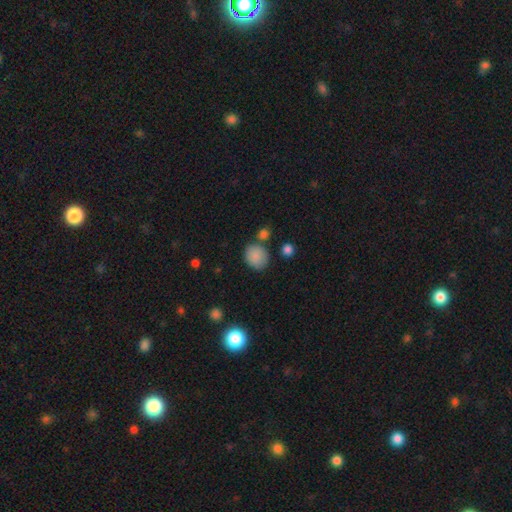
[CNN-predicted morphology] Q: Smooth or featured?
A: smooth (86%); runner-up: star or artifact (9%)
Q: How rounded?
A: round (68%); runner-up: in between (31%)
Q: Merging?
A: none (72%); runner-up: minor disturbance (14%)